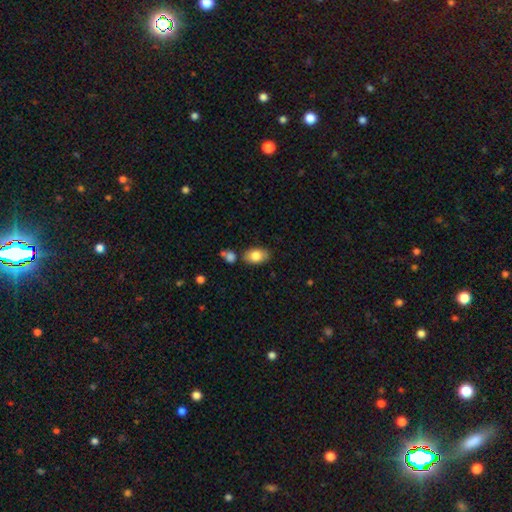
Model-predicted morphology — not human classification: This appears to be a smooth galaxy with no disk features (82%) that is in between round and cigar-shaped (87%). Merging: none (76%).